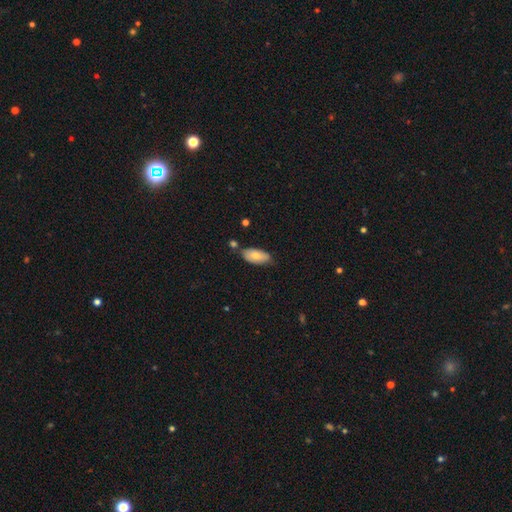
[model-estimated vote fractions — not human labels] smooth_or_featured: smooth (p=0.75) [alt: featured or disk p=0.19]
how_rounded: in between (p=0.91) [alt: cigar-shaped p=0.06]
merging: none (p=0.72) [alt: minor disturbance p=0.19]